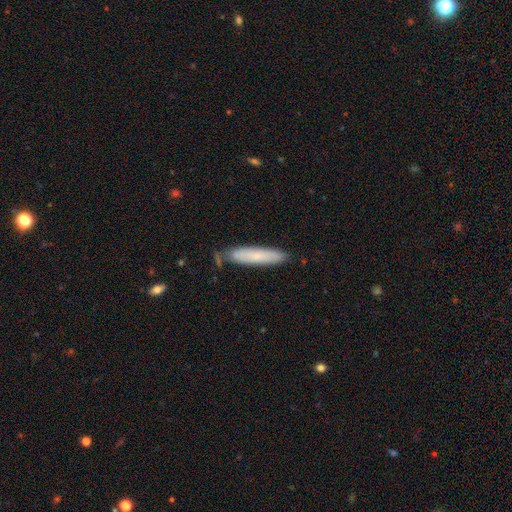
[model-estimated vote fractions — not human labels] Morphology: type=smooth (74%); roundness=cigar-shaped (86%); merging=none (77%).